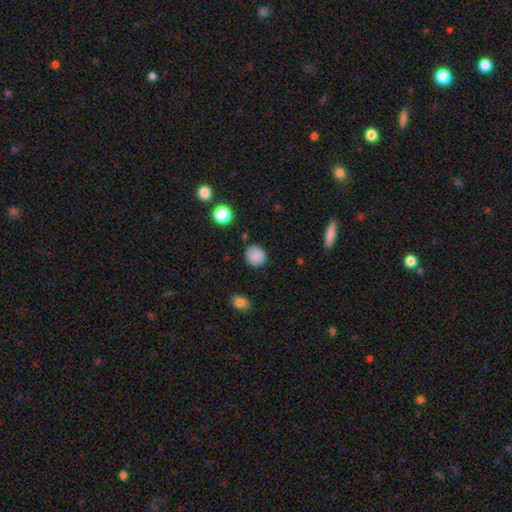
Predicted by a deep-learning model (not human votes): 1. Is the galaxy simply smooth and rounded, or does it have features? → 83% smooth, 10% star or artifact, 7% featured or disk.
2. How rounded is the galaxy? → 90% round, 9% in between, 1% cigar-shaped.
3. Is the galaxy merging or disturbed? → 84% none, 11% minor disturbance, 3% major disturbance, 2% merger.